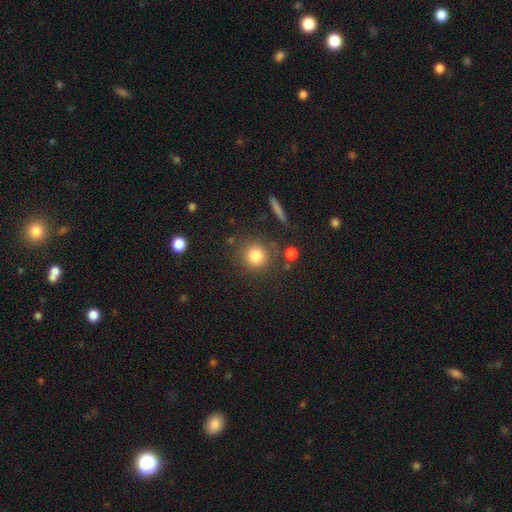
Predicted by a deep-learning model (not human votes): Smooth or featured?
  - smooth: 81% *
  - star or artifact: 11%
  - featured or disk: 7%
How rounded?
  - round: 91% *
  - in between: 8%
  - cigar-shaped: 1%
Merging?
  - none: 81% *
  - minor disturbance: 10%
  - merger: 5%
  - major disturbance: 4%